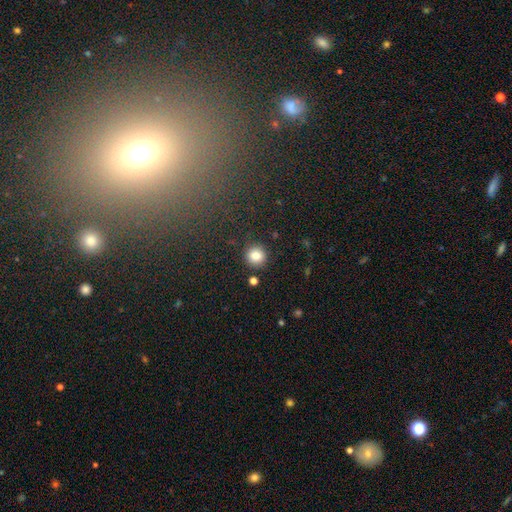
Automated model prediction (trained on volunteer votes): The model was most divided on "smooth or featured": smooth: 83%, star or artifact: 11%, featured or disk: 6%. More confident: how rounded — round (93%); merging — none (89%).